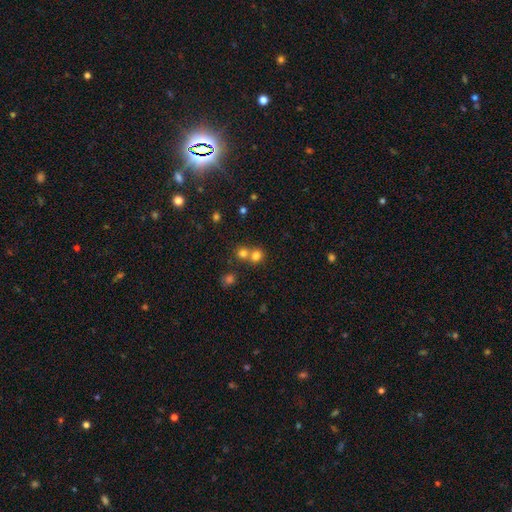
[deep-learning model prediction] Smooth or featured?
  - smooth: 76% *
  - star or artifact: 16%
  - featured or disk: 8%
How rounded?
  - round: 82% *
  - in between: 17%
  - cigar-shaped: 1%
Merging?
  - none: 47% *
  - merger: 45%
  - minor disturbance: 6%
  - major disturbance: 2%